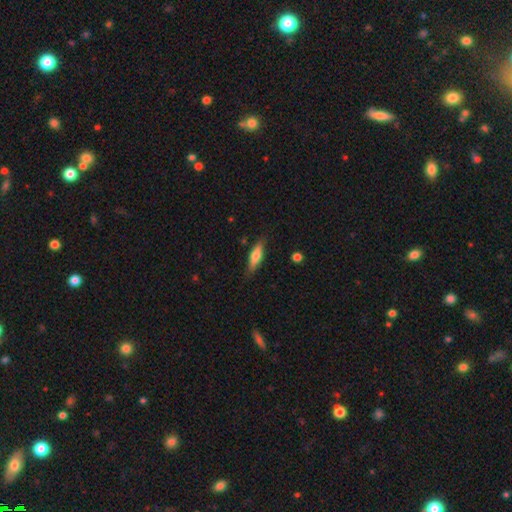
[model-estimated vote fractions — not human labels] Overall: smooth (60%; featured or disk 33%). How rounded: cigar-shaped (62%; in between 36%). Merging: none (82%).